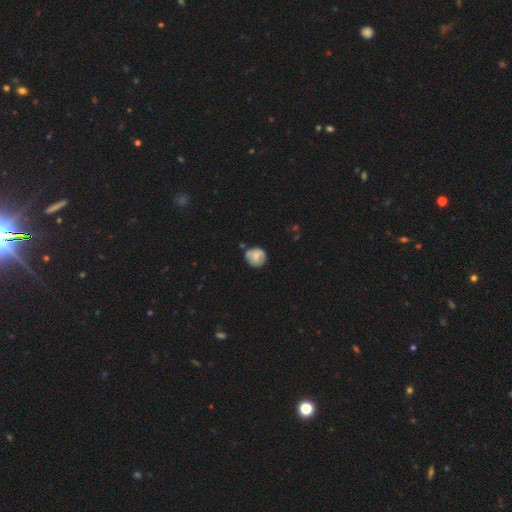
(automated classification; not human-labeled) Q: Smooth or featured?
A: smooth (67%); runner-up: featured or disk (25%)
Q: How rounded?
A: round (87%); runner-up: in between (12%)
Q: Merging?
A: none (69%); runner-up: minor disturbance (22%)